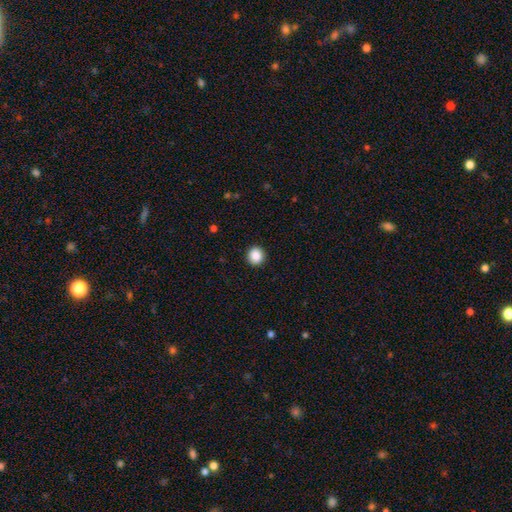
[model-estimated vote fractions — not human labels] A smooth galaxy with no disk features (88%) that is round (90%).

Vote fractions:
- Smooth or featured? smooth: 88% / star or artifact: 9% / featured or disk: 3%
- How rounded? round: 90% / in between: 9% / cigar-shaped: 1%
- Merging? none: 92% / minor disturbance: 5% / major disturbance: 2% / merger: 1%